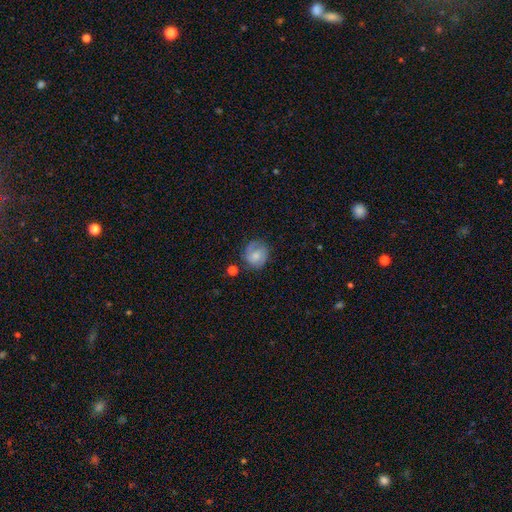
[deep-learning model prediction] Q: Smooth or featured?
A: smooth (54%); runner-up: featured or disk (38%)
Q: How rounded?
A: round (79%); runner-up: in between (20%)
Q: Merging?
A: none (71%); runner-up: minor disturbance (19%)